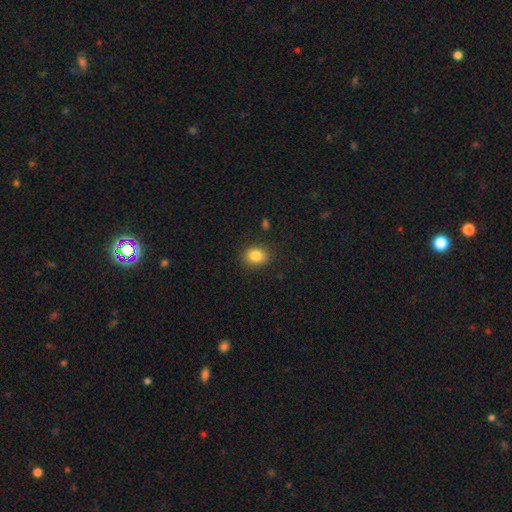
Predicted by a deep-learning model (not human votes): Smooth or featured?
  - smooth: 84% *
  - star or artifact: 10%
  - featured or disk: 6%
How rounded?
  - in between: 57% *
  - round: 42%
  - cigar-shaped: 1%
Merging?
  - none: 82% *
  - minor disturbance: 13%
  - major disturbance: 3%
  - merger: 2%